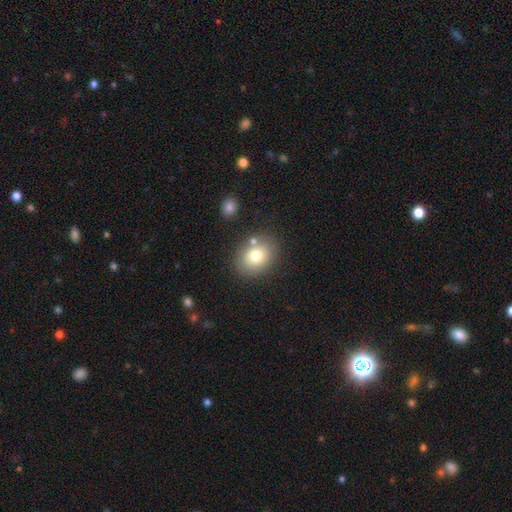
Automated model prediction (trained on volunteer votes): This appears to be a smooth galaxy with no disk features (76%) that is in between round and cigar-shaped (50%). Merging: none (75%).